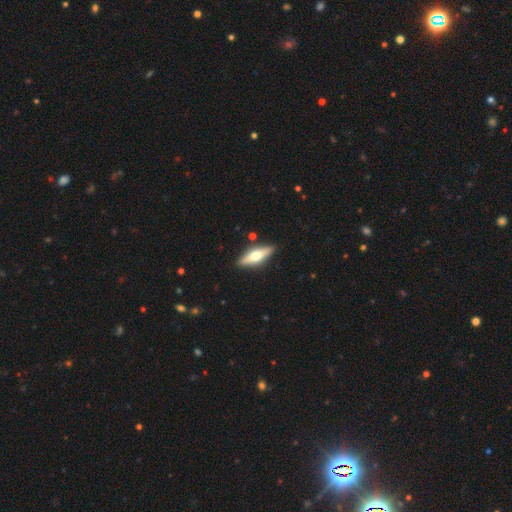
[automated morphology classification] A featured or disk galaxy (48%). Merging: none (87%).